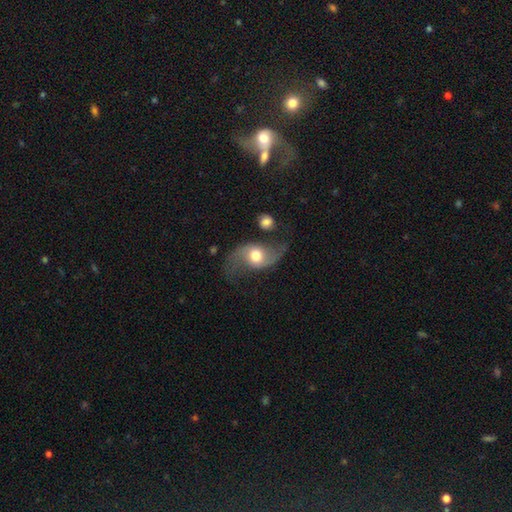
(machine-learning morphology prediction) The model was most divided on "bar": no: 61%, weak: 30%, strong: 9%. More confident: edge-on disk — no (95%); spiral arm count — 2 (93%); spiral arms — yes (90%); spiral winding — loose (83%); smooth or featured — featured or disk (74%); bulge size — moderate (66%); merging — none (59%).